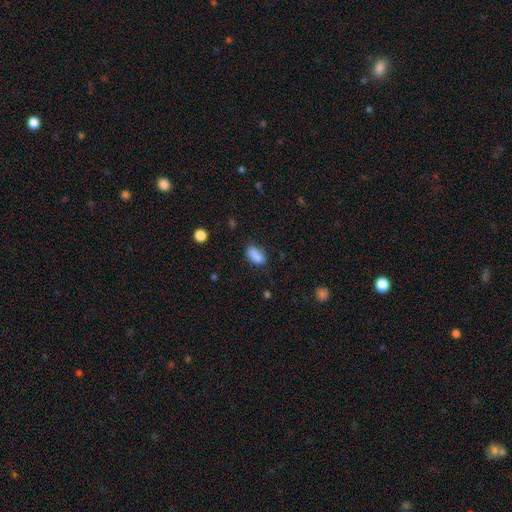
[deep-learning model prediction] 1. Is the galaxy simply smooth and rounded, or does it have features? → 86% smooth, 9% star or artifact, 6% featured or disk.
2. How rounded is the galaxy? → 87% in between, 7% cigar-shaped, 6% round.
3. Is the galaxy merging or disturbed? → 76% none, 17% minor disturbance, 4% major disturbance, 3% merger.